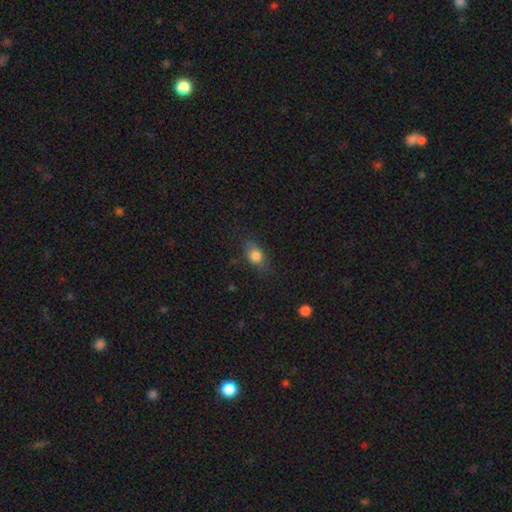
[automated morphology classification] smooth_or_featured: smooth (p=0.77) [alt: featured or disk p=0.13]
how_rounded: in between (p=0.66) [alt: round p=0.29]
merging: none (p=0.73) [alt: minor disturbance p=0.20]